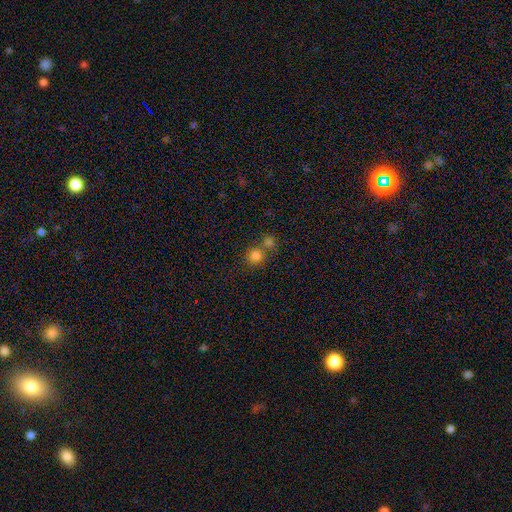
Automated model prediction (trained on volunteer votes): Smooth or featured: smooth — 80% (star or artifact — 13%)
How rounded: round — 86% (in between — 13%)
Merging: none — 53% (merger — 36%)